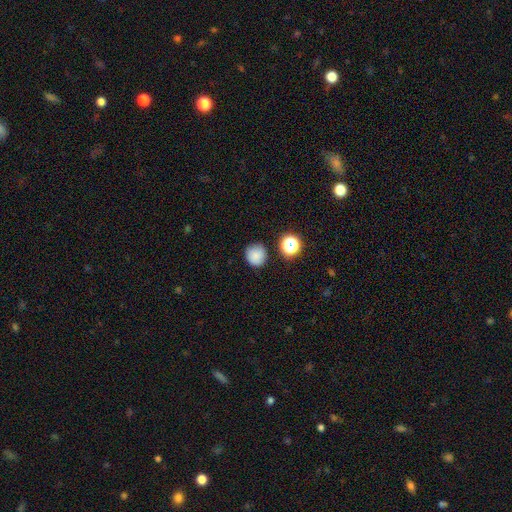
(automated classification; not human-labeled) smooth-or-featured: smooth: 81% | star or artifact: 13% | featured or disk: 6%
  how-rounded: round: 89% | in between: 10% | cigar-shaped: 1%
  merging: none: 83% | minor disturbance: 10% | merger: 3% | major disturbance: 3%